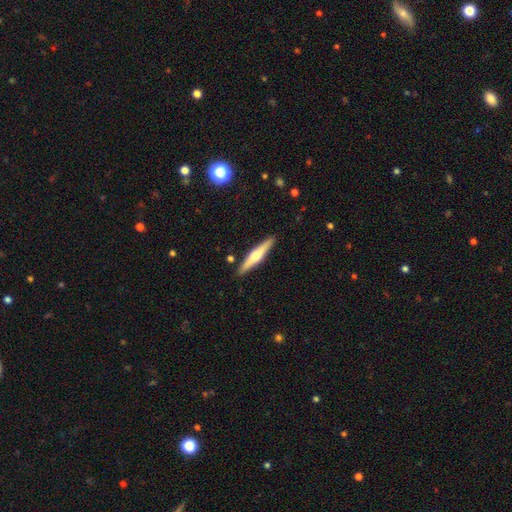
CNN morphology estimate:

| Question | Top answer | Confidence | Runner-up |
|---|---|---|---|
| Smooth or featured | featured or disk | 57% | smooth (38%) |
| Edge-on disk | yes | 96% | no (4%) |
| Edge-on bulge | rounded | 91% | none (5%) |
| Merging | none | 90% | minor disturbance (7%) |